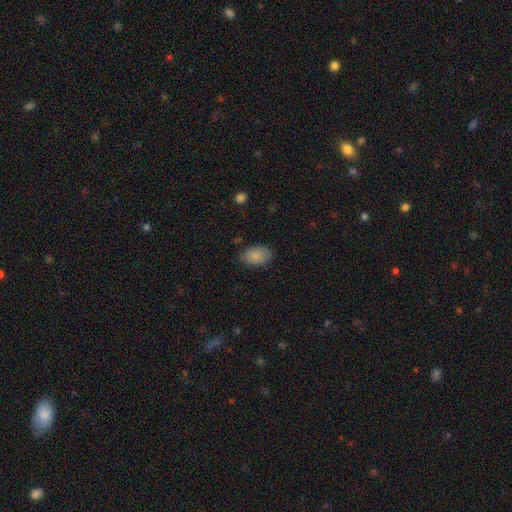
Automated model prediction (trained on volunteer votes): Q: Smooth or featured?
A: smooth (86%); runner-up: featured or disk (7%)
Q: How rounded?
A: in between (90%); runner-up: round (8%)
Q: Merging?
A: none (80%); runner-up: minor disturbance (16%)